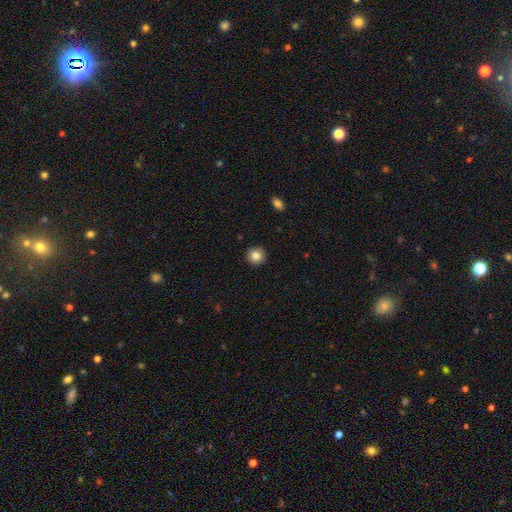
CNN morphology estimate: Smooth or featured?
  - smooth: 84% *
  - star or artifact: 9%
  - featured or disk: 6%
How rounded?
  - round: 93% *
  - in between: 6%
  - cigar-shaped: 1%
Merging?
  - none: 91% *
  - minor disturbance: 6%
  - major disturbance: 2%
  - merger: 1%